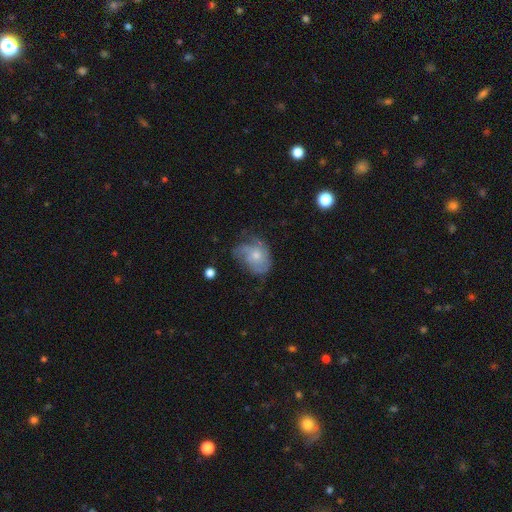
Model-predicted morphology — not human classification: A featured or disk galaxy (56%) with no bar (84%), spiral arms (73%) and a small central bulge (52%).

Vote fractions:
- Smooth or featured? featured or disk: 56% / smooth: 36% / star or artifact: 8%
- Edge-on disk? no: 97% / yes: 3%
- Bar? no: 84% / weak: 14% / strong: 2%
- Spiral arms? yes: 73% / no: 27%
- Bulge size? small: 52% / moderate: 41% / none: 3% / large: 2% / dominant: 1%
- Merging? none: 44% / minor disturbance: 31% / major disturbance: 23% / merger: 2%